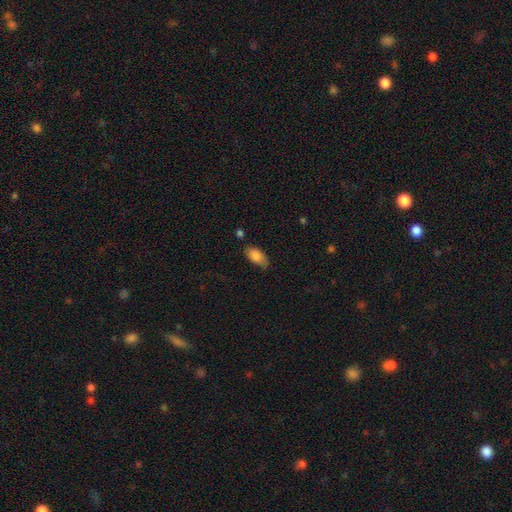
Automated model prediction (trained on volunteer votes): A smooth galaxy with no disk features (84%) that is in between round and cigar-shaped (91%). Merging: none (67%).